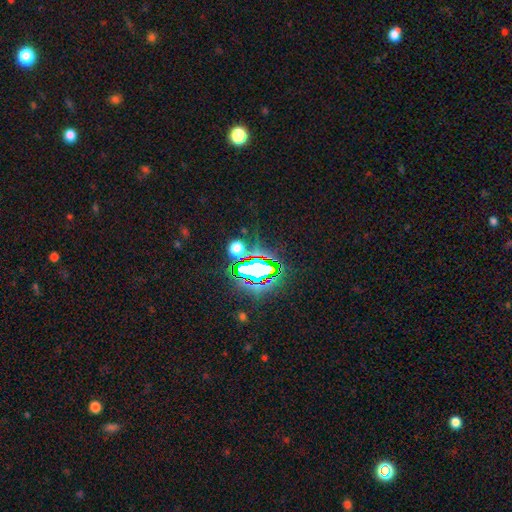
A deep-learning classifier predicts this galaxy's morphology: Smooth or featured: star or artifact — 82% (smooth — 11%)